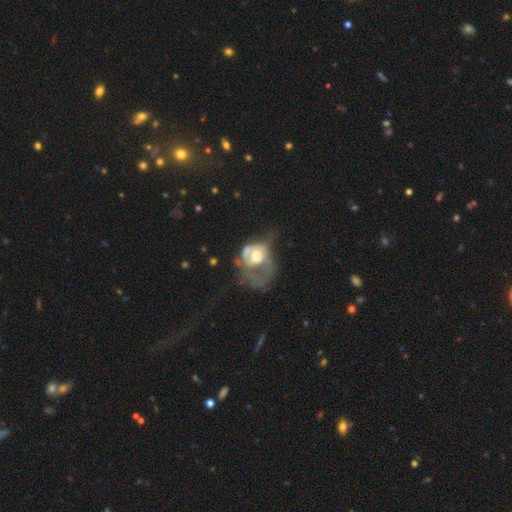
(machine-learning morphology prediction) featured or disk 59%, smooth 34%, star or artifact 8%. Down the decision tree: edge-on disk — no (97%); bar — no (79%); spiral arms — no (55%); bulge size — moderate (45%); merging — major disturbance (66%).